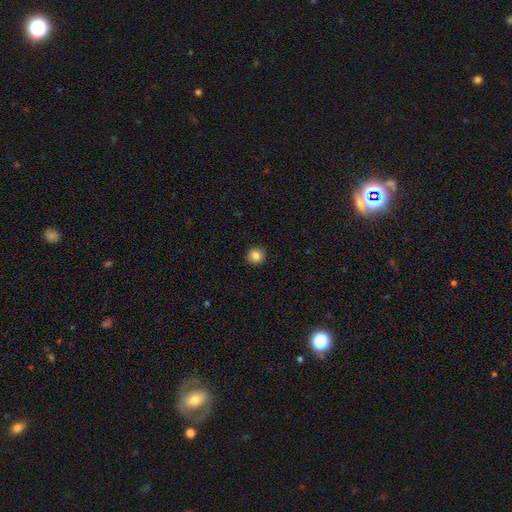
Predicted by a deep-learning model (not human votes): This appears to be a smooth galaxy with no disk features (85%) that is round (91%). Merging: none (92%).